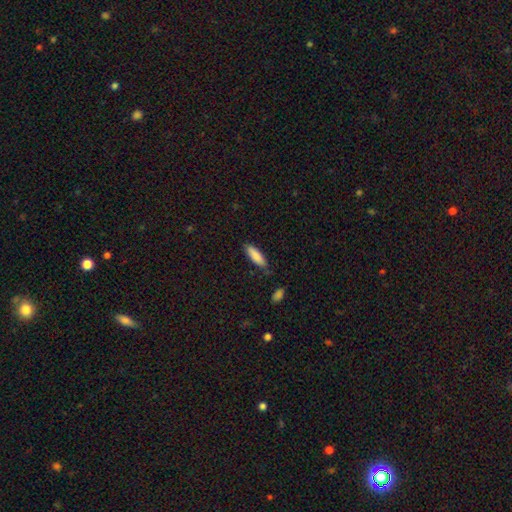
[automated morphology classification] Q: Smooth or featured?
A: smooth (86%); runner-up: featured or disk (8%)
Q: How rounded?
A: in between (50%); runner-up: cigar-shaped (48%)
Q: Merging?
A: none (80%); runner-up: minor disturbance (15%)